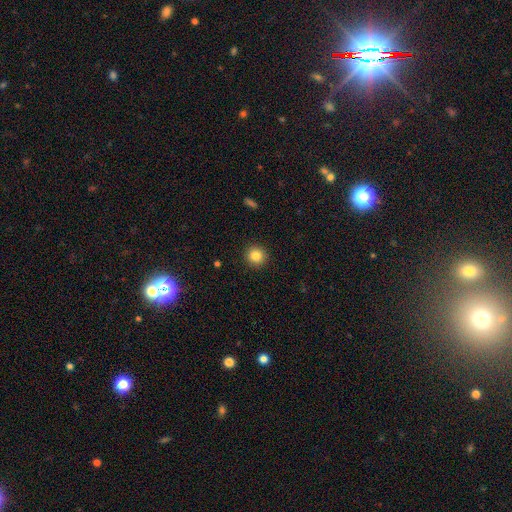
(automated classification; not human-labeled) smooth_or_featured: smooth (p=0.84) [alt: star or artifact p=0.10]
how_rounded: round (p=0.94) [alt: in between p=0.05]
merging: none (p=0.92) [alt: minor disturbance p=0.05]